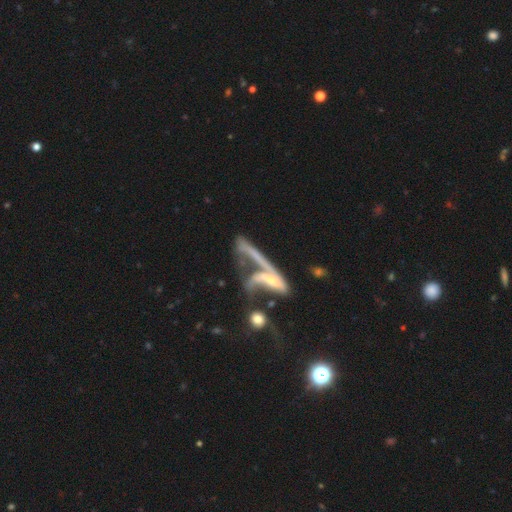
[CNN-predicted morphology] Smooth or featured? Predicted: featured or disk (p=0.62). Edge-on disk? Predicted: no (p=0.62). Merging? Predicted: merger (p=0.49).